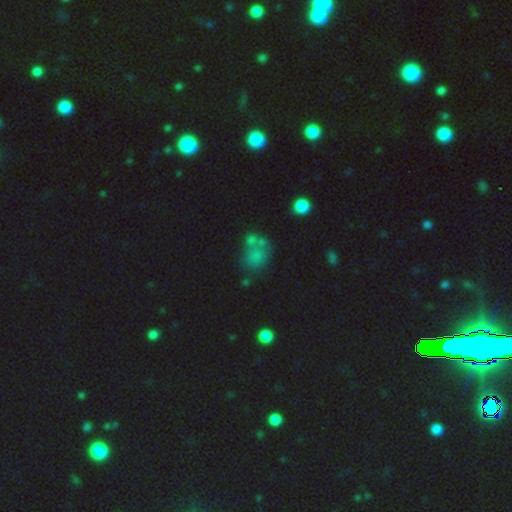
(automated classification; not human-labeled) A smooth galaxy with no disk features (57%) that is round (55%). Merging: none (38%).